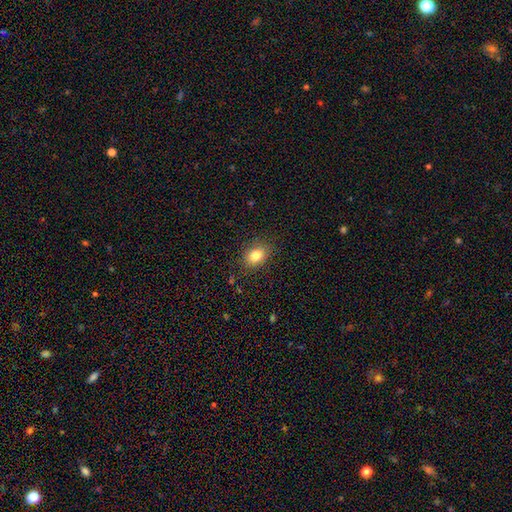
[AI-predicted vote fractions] Morphology: type=smooth (82%); roundness=in between (64%); merging=none (86%).